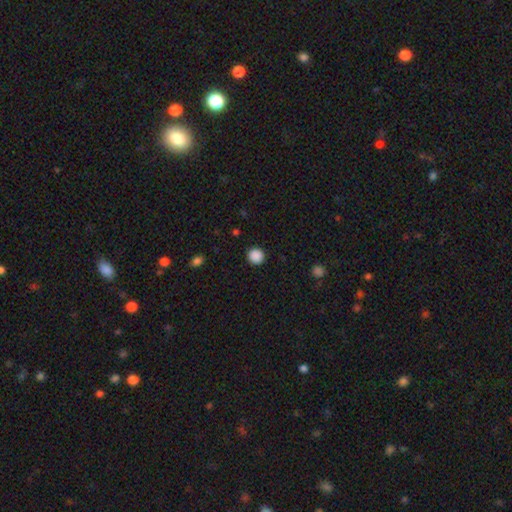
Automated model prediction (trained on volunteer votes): A smooth galaxy with no disk features (89%) that is round (92%). Merging: none (92%).